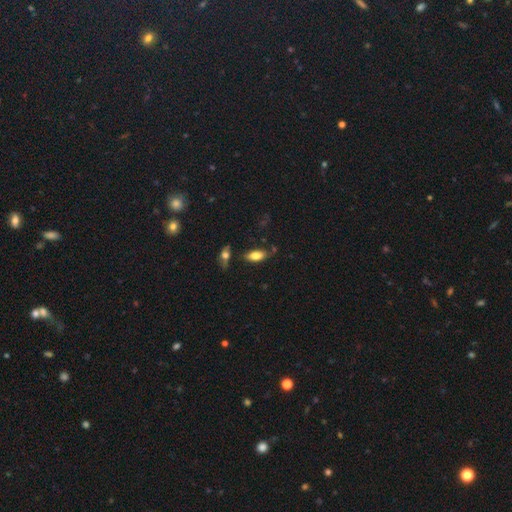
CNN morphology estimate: Overall: smooth (78%). How rounded: in between (87%). Merging: none (72%).